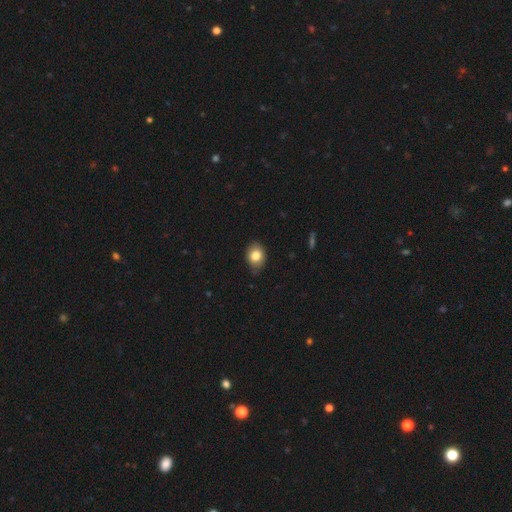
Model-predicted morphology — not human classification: This is clearly a smooth galaxy (81%). How rounded: likely in between (61%). Merging: likely none (73%).